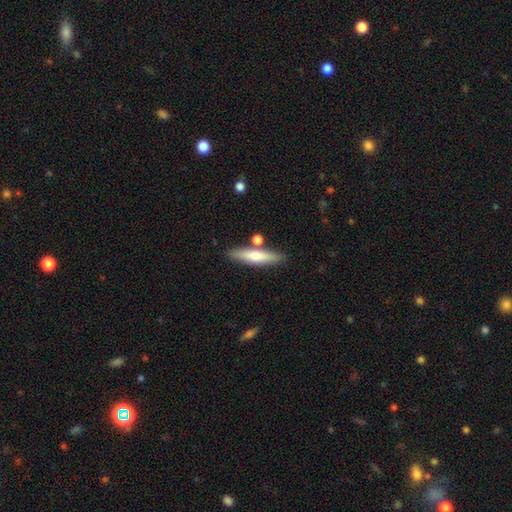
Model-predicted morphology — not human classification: A smooth galaxy with no disk features (61%) that is cigar-shaped (83%). Merging: none (80%).